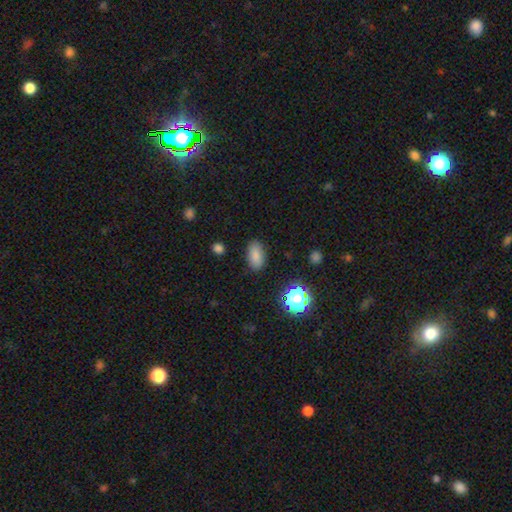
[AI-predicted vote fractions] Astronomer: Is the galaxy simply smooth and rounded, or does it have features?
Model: smooth — 82%.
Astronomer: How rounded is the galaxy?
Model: in between — 90%.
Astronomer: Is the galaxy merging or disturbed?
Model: none — 86%.